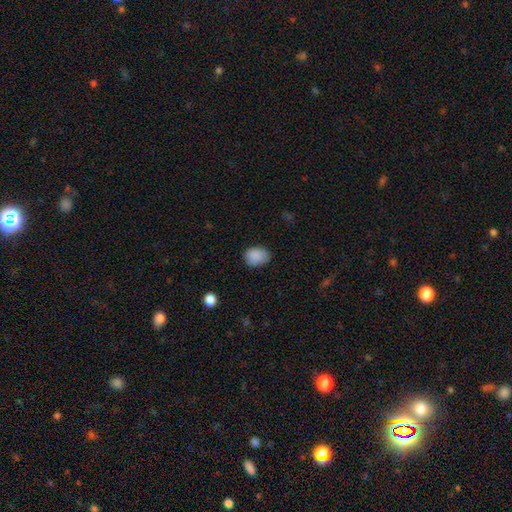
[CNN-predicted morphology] A smooth galaxy with no disk features (88%) that is in between round and cigar-shaped (57%).

Vote fractions:
- Smooth or featured? smooth: 88% / star or artifact: 9% / featured or disk: 4%
- How rounded? in between: 57% / round: 42% / cigar-shaped: 1%
- Merging? none: 75% / minor disturbance: 20% / major disturbance: 4% / merger: 1%